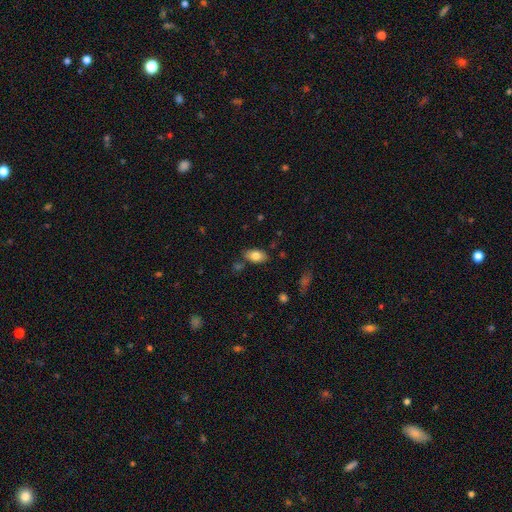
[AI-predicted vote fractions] A smooth galaxy with no disk features (80%) that is in between round and cigar-shaped (92%). Merging: none (79%).